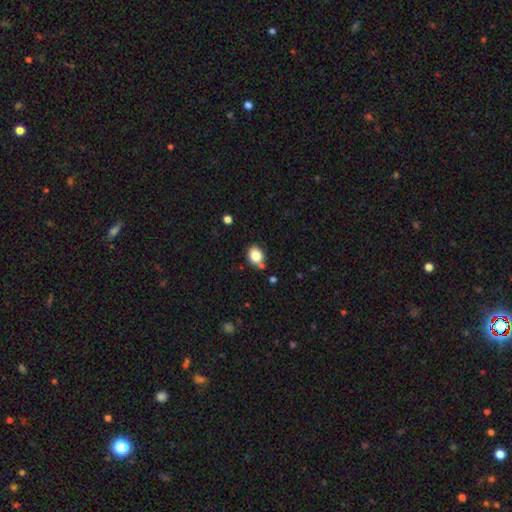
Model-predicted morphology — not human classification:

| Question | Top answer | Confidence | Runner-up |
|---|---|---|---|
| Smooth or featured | smooth | 83% | star or artifact (10%) |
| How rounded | in between | 53% | round (46%) |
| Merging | none | 72% | minor disturbance (16%) |